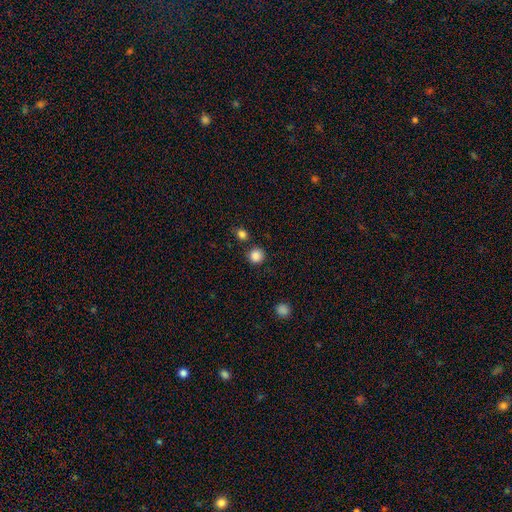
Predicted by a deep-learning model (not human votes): A smooth galaxy with no disk features (86%) that is round (93%).

Vote fractions:
- Smooth or featured? smooth: 86% / star or artifact: 11% / featured or disk: 3%
- How rounded? round: 93% / in between: 6% / cigar-shaped: 1%
- Merging? none: 85% / minor disturbance: 7% / merger: 6% / major disturbance: 3%